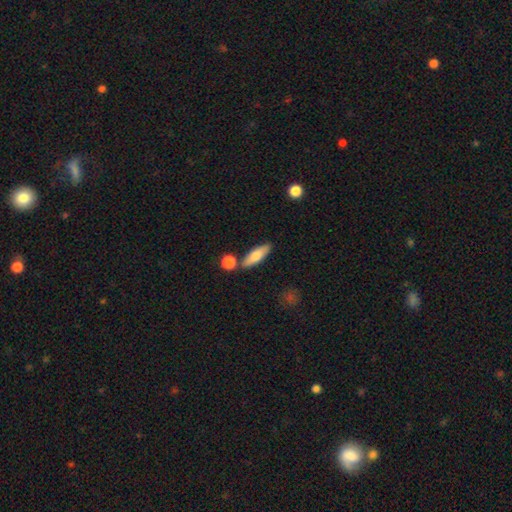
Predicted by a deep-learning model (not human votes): Smooth or featured? smooth (72%)
How rounded? in between (51%)
Merging? none (77%)